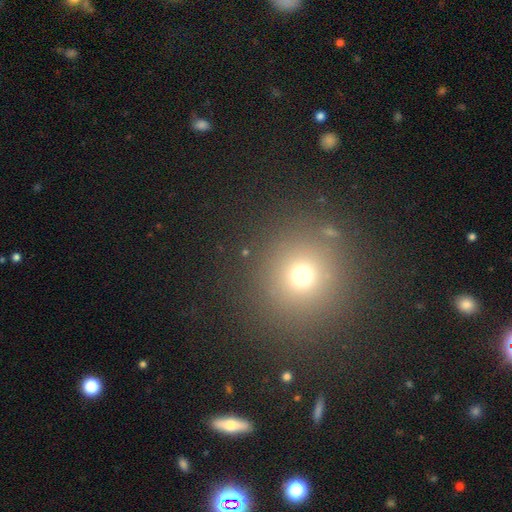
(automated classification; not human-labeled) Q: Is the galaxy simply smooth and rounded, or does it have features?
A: smooth — 60%.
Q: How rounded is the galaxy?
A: round — 94%.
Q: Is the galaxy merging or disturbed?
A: none — 90%.